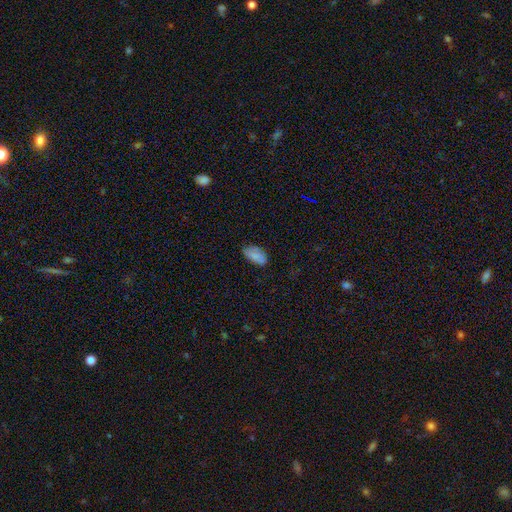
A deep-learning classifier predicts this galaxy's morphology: smooth 84%, featured or disk 9%, star or artifact 8%. Down the decision tree: how rounded — in between (94%); merging — none (71%).